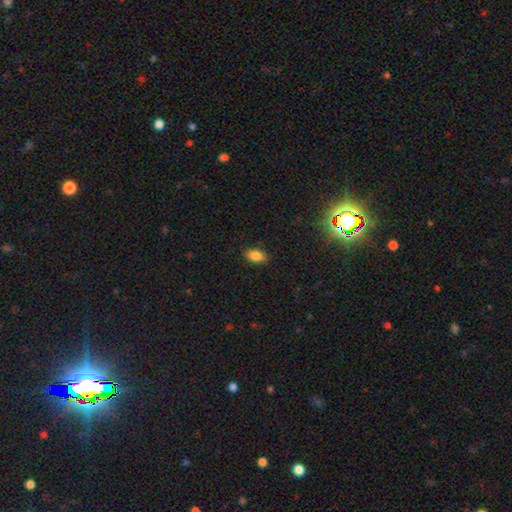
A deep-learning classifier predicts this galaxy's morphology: The model was most divided on "merging": none: 86%, minor disturbance: 10%, major disturbance: 2%, merger: 1%. More confident: how rounded — in between (90%); smooth or featured — smooth (86%).